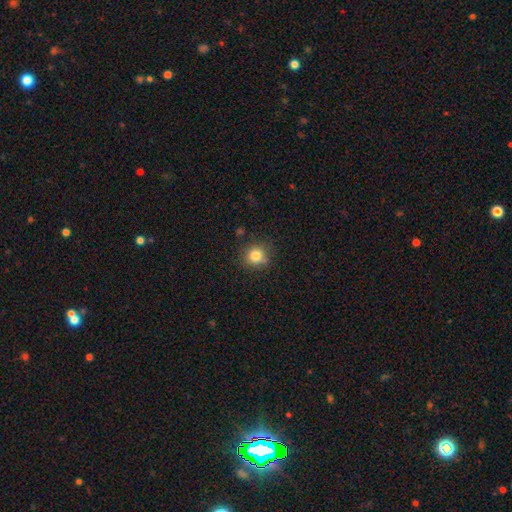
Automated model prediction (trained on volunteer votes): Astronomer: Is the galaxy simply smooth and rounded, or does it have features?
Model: smooth — 82%.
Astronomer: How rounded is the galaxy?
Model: round — 89%.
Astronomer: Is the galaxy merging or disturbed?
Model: none — 81%.